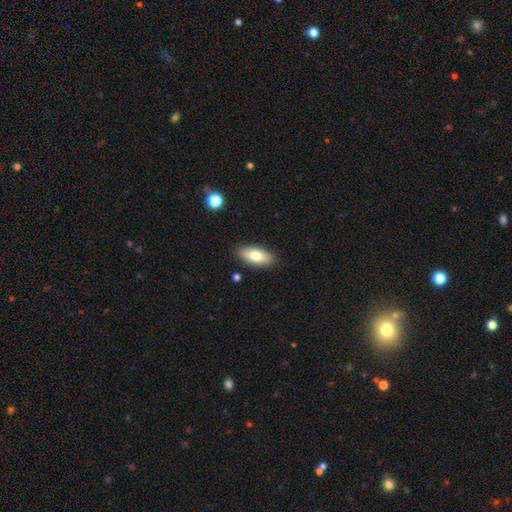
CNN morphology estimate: Smooth or featured? smooth (76%)
How rounded? in between (85%)
Merging? none (87%)